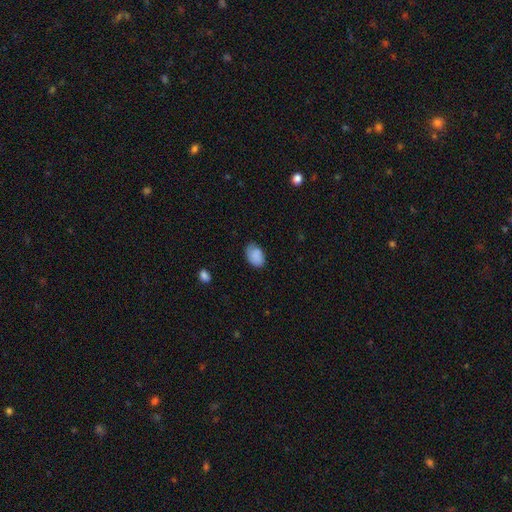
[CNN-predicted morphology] smooth_or_featured: smooth (p=0.87) [alt: star or artifact p=0.07]
how_rounded: in between (p=0.86) [alt: round p=0.13]
merging: none (p=0.71) [alt: minor disturbance p=0.23]